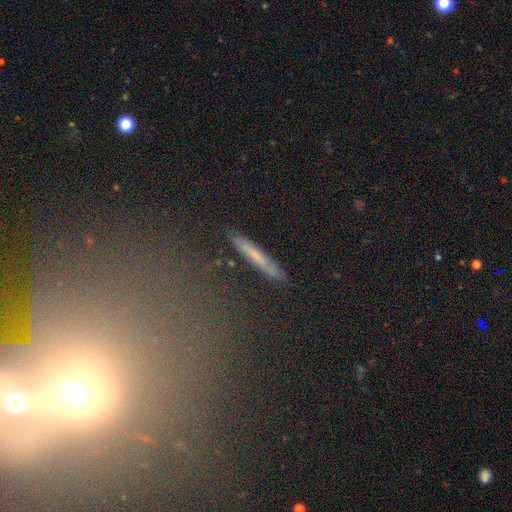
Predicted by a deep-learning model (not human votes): A smooth galaxy with no disk features (52%) that is cigar-shaped (95%).

Vote fractions:
- Smooth or featured? smooth: 52% / featured or disk: 37% / star or artifact: 11%
- How rounded? cigar-shaped: 95% / in between: 3% / round: 2%
- Merging? none: 86% / minor disturbance: 10% / major disturbance: 2% / merger: 2%